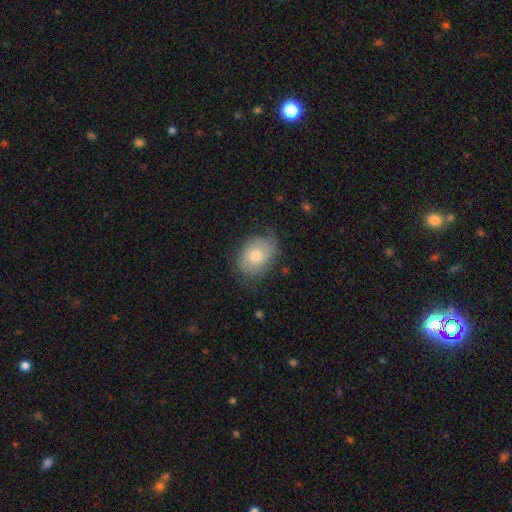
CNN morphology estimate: Q: Smooth or featured?
A: smooth (53%); runner-up: featured or disk (40%)
Q: How rounded?
A: in between (64%); runner-up: round (35%)
Q: Merging?
A: none (65%); runner-up: minor disturbance (26%)